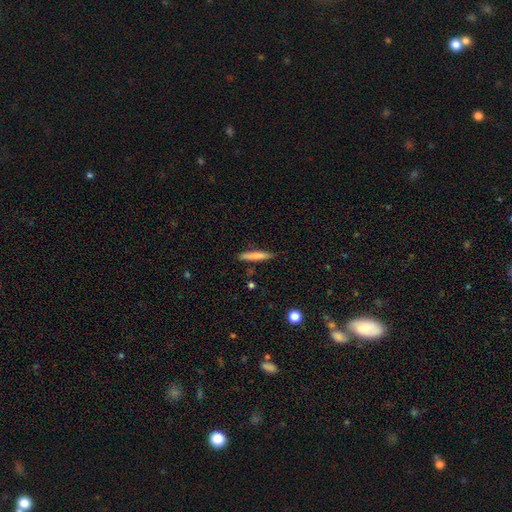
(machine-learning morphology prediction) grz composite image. It shows a smooth galaxy with no disk features (75%) that is cigar-shaped (92%). Merging: none (83%).